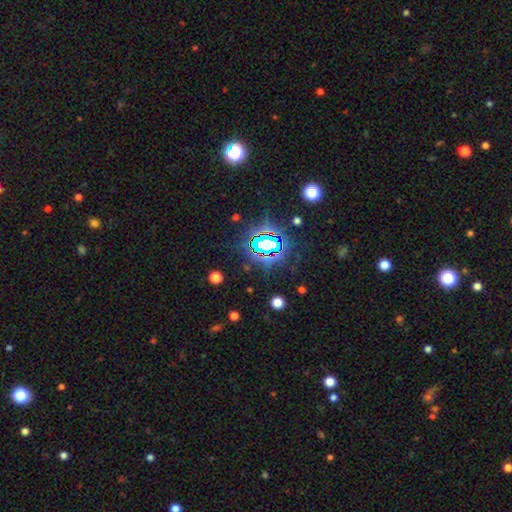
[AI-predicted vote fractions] A star or artifact, not a galaxy (82%).

Vote fractions:
- Smooth or featured? star or artifact: 82% / smooth: 10% / featured or disk: 8%